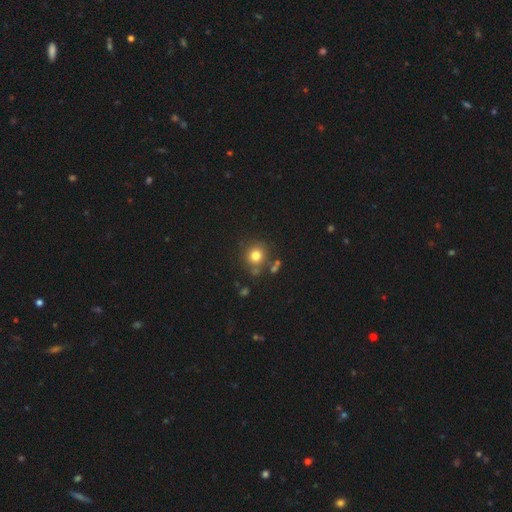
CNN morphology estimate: Q: Smooth or featured?
A: smooth (78%); runner-up: star or artifact (14%)
Q: How rounded?
A: round (90%); runner-up: in between (9%)
Q: Merging?
A: none (75%); runner-up: minor disturbance (11%)